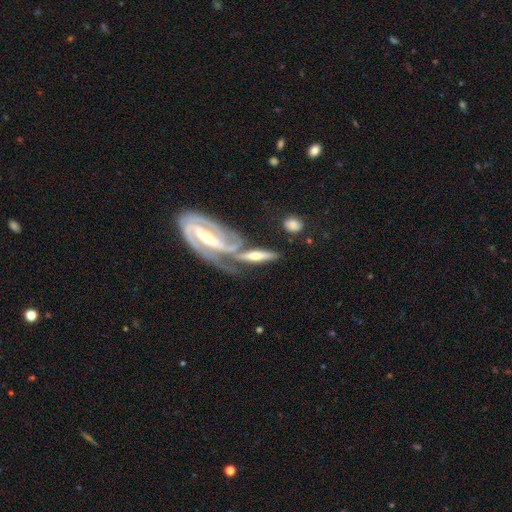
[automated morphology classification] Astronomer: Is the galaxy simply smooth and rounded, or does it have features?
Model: featured or disk — 66%.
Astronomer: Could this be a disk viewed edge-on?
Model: no — 53% (runner-up: yes, 47%).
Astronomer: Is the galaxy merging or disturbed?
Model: merger — 44% (runner-up: none, 35%).